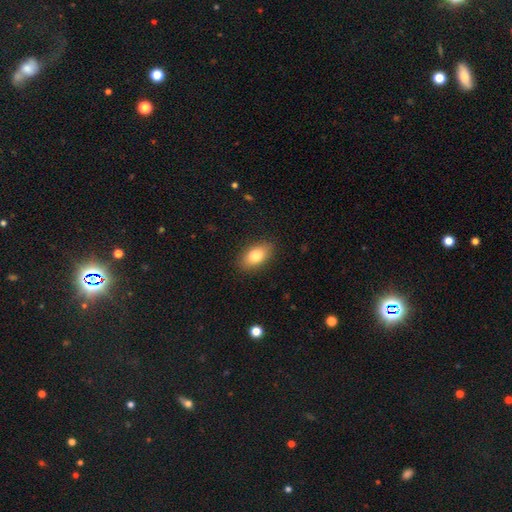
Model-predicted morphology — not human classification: This is clearly a smooth galaxy (80%). How rounded: clearly in between (90%). Merging: clearly none (88%).